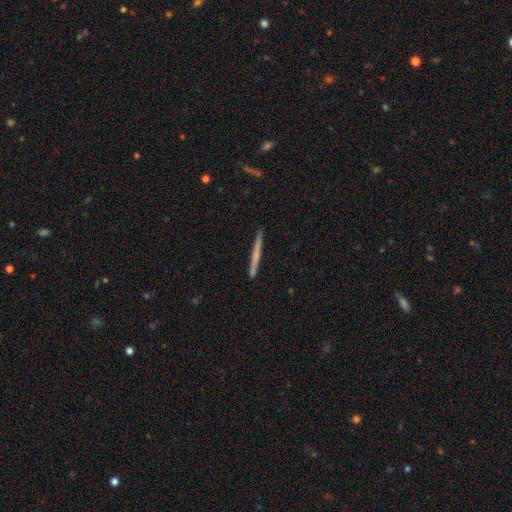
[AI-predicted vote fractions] Smooth or featured? Predicted: smooth (p=0.50). Merging? Predicted: none (p=0.91).